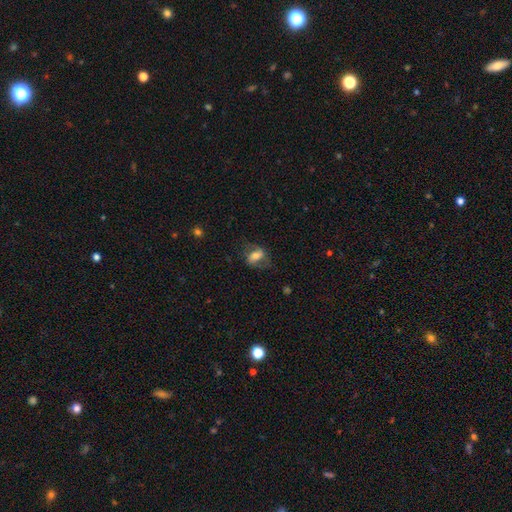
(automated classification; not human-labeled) Smooth or featured? Predicted: smooth (p=0.46). Merging? Predicted: none (p=0.62).